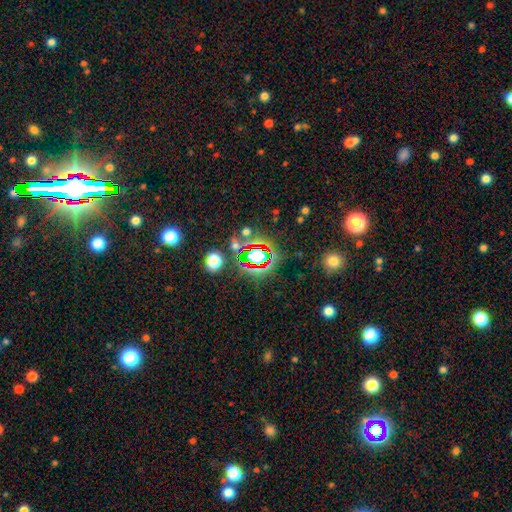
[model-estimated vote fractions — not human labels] Morphology: type=star or artifact (65%).